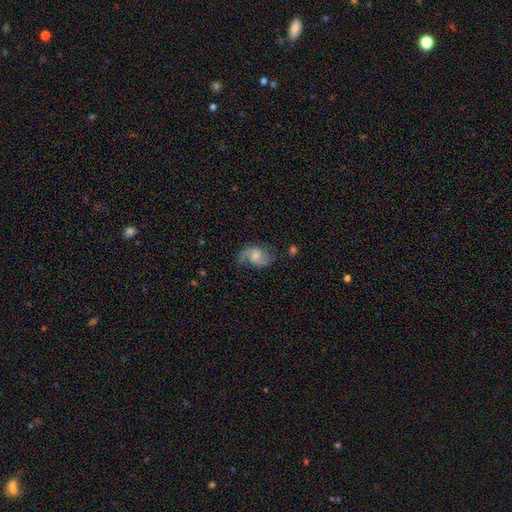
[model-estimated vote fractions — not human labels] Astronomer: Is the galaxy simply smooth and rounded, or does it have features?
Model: featured or disk — 69%.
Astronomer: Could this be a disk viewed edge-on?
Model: no — 97%.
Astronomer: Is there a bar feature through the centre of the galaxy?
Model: no — 46%, tied with weak at 46%.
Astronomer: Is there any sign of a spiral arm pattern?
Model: yes — 92%.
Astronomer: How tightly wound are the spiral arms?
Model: loose — 47% (runner-up: medium, 41%).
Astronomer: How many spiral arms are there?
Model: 2 — 82%.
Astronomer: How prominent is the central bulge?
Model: moderate — 41% (runner-up: small, 26%).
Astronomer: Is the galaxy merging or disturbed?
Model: none — 59%.